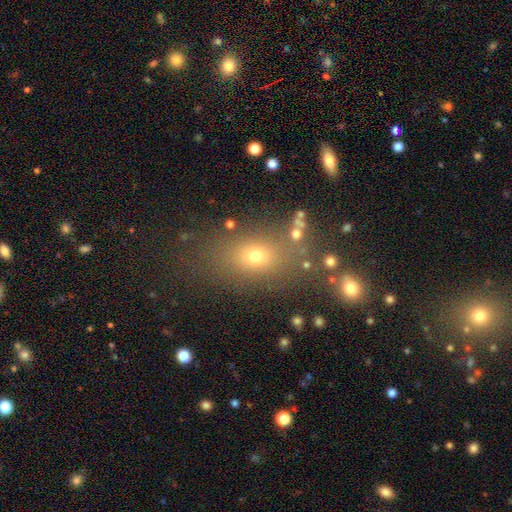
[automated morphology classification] This appears to be a smooth galaxy with no disk features (67%) that is in between round and cigar-shaped (68%). Merging: none (75%).